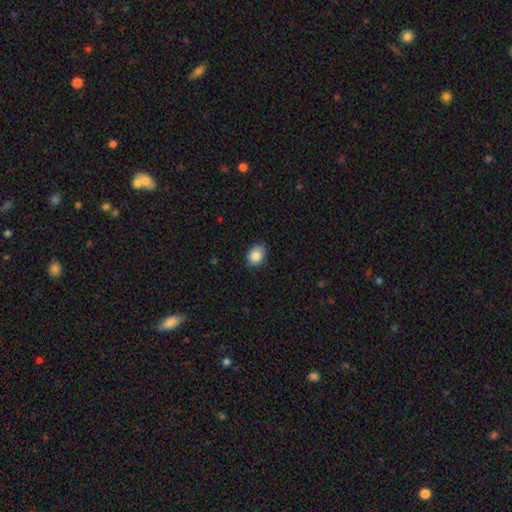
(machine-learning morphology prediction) Q: Smooth or featured?
A: smooth (86%); runner-up: star or artifact (8%)
Q: How rounded?
A: in between (55%); runner-up: round (44%)
Q: Merging?
A: none (76%); runner-up: minor disturbance (20%)